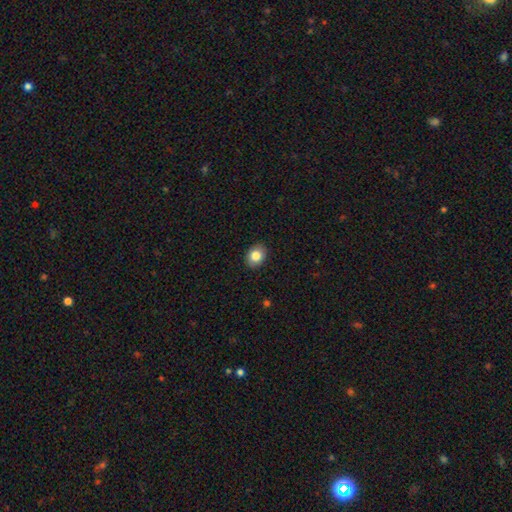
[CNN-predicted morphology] smooth-or-featured: smooth: 83% | featured or disk: 9% | star or artifact: 9%
  how-rounded: in between: 58% | round: 41% | cigar-shaped: 1%
  merging: none: 89% | minor disturbance: 8% | major disturbance: 2% | merger: 1%